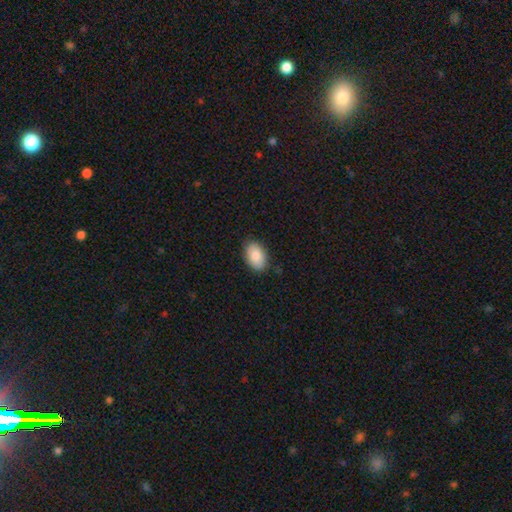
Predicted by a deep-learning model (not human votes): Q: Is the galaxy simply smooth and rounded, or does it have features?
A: smooth — 86%.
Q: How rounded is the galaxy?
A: in between — 91%.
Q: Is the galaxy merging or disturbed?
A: none — 85%.